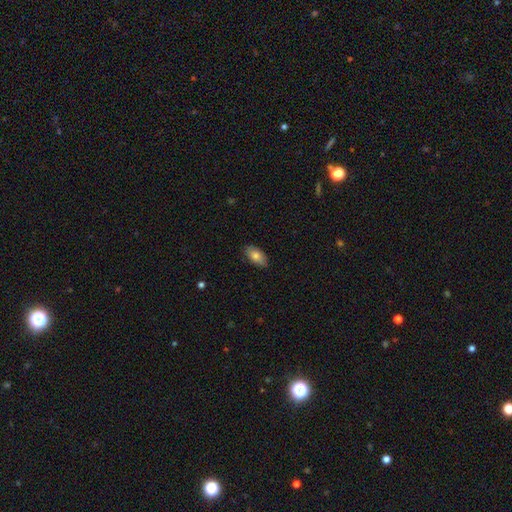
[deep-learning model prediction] Overall: smooth (78%). How rounded: in between (92%). Merging: none (87%).